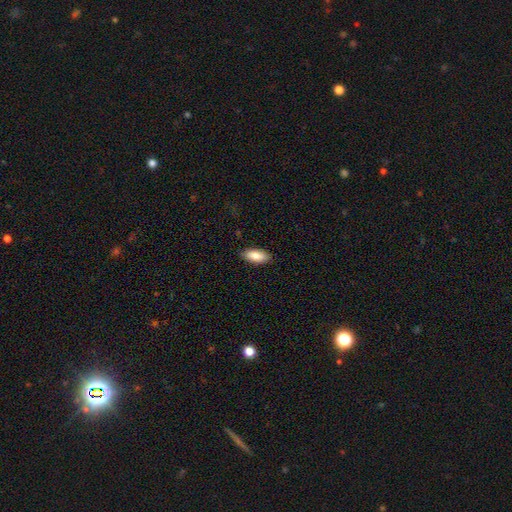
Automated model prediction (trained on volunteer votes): smooth_or_featured: smooth (p=0.86) [alt: featured or disk p=0.08]
how_rounded: in between (p=0.86) [alt: cigar-shaped p=0.12]
merging: none (p=0.87) [alt: minor disturbance p=0.10]